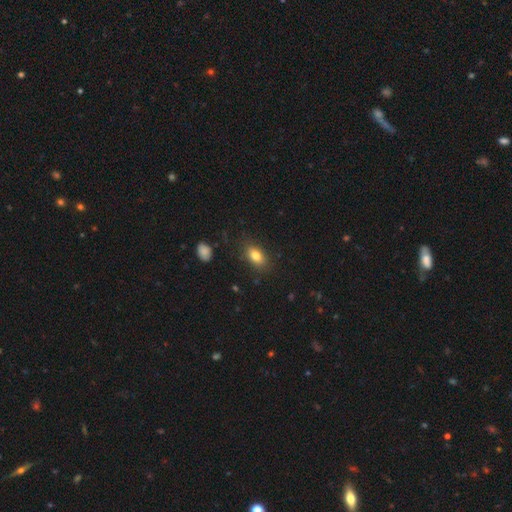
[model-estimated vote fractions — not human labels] smooth_or_featured: smooth (p=0.82) [alt: featured or disk p=0.09]
how_rounded: in between (p=0.86) [alt: round p=0.11]
merging: none (p=0.84) [alt: minor disturbance p=0.12]